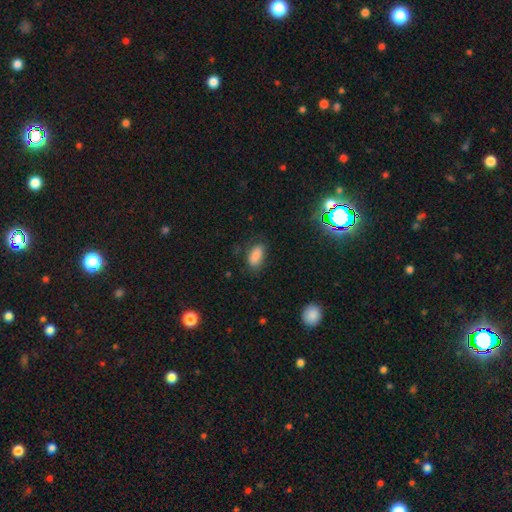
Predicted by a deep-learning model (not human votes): Smooth or featured: smooth — 84% (star or artifact — 11%)
How rounded: in between — 91% (cigar-shaped — 5%)
Merging: none — 75% (minor disturbance — 18%)